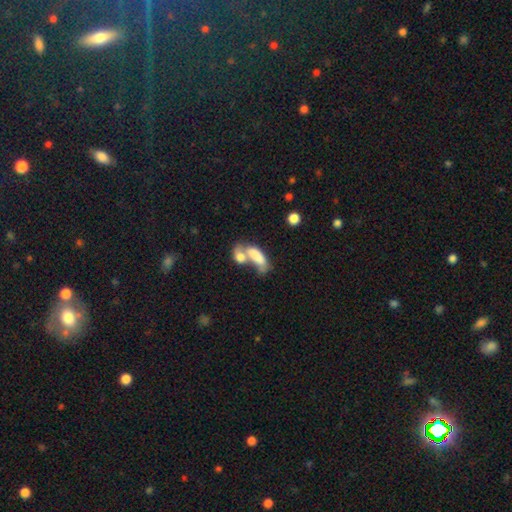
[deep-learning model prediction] smooth_or_featured: smooth (p=0.72) [alt: featured or disk p=0.20]
how_rounded: in between (p=0.77) [alt: cigar-shaped p=0.18]
merging: merger (p=0.69) [alt: none p=0.14]